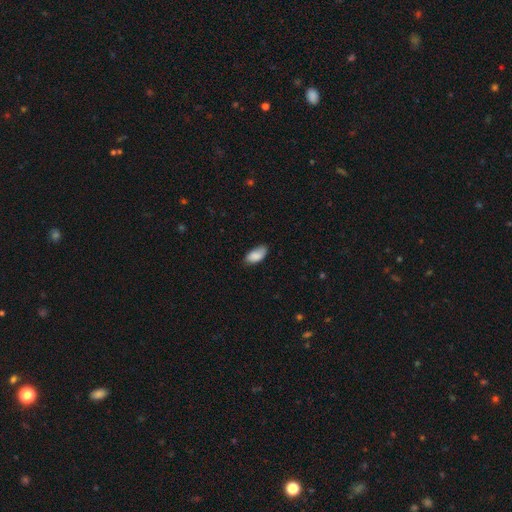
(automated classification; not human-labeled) Q: Smooth or featured?
A: smooth (87%); runner-up: star or artifact (7%)
Q: How rounded?
A: in between (93%); runner-up: cigar-shaped (4%)
Q: Merging?
A: none (70%); runner-up: minor disturbance (25%)